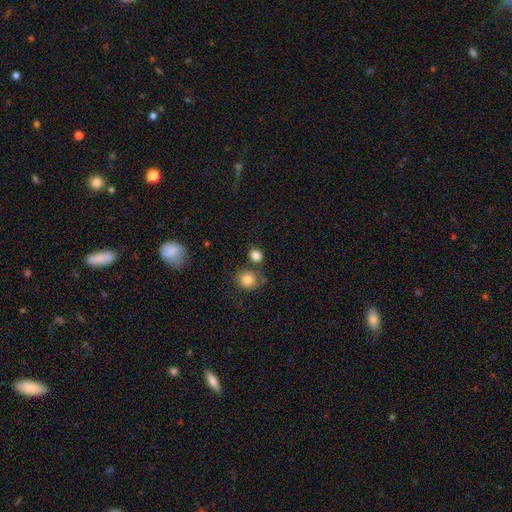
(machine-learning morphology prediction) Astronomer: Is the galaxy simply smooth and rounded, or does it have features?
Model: smooth — 83%.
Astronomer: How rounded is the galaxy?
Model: round — 78%.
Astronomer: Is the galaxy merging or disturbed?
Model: none — 69%.